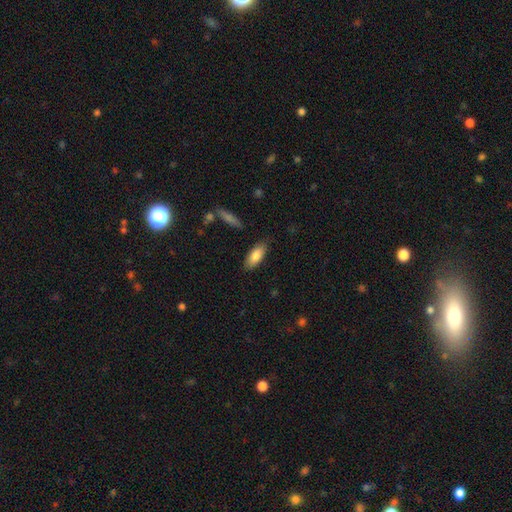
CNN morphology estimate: smooth_or_featured: smooth (p=0.83) [alt: featured or disk p=0.11]
how_rounded: in between (p=0.81) [alt: cigar-shaped p=0.17]
merging: none (p=0.83) [alt: minor disturbance p=0.13]